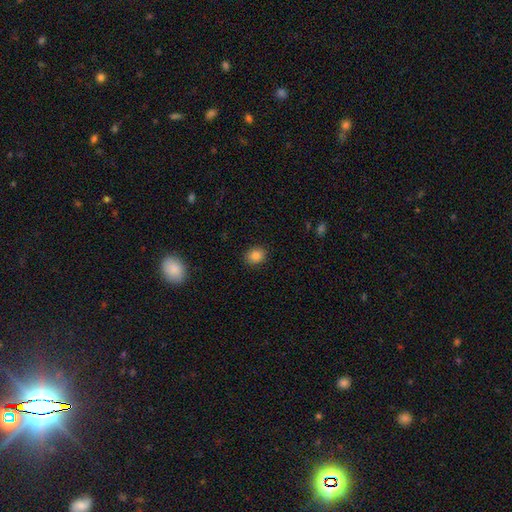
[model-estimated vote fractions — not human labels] Morphology: type=smooth (85%); roundness=round (58%); merging=none (89%).